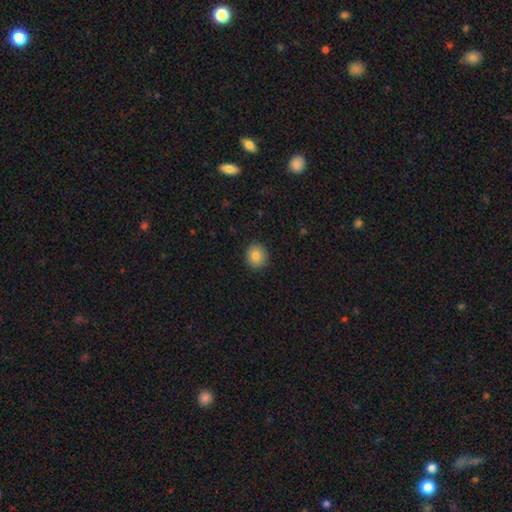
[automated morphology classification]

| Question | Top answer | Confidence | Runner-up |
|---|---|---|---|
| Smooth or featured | smooth | 84% | star or artifact (9%) |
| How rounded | round | 86% | in between (14%) |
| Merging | none | 91% | minor disturbance (6%) |